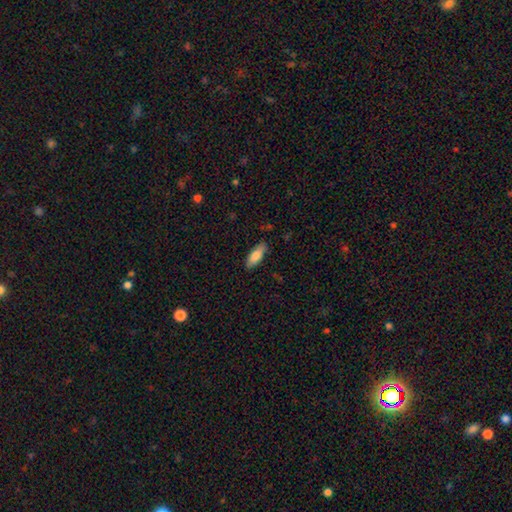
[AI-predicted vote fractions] Morphology: type=smooth (82%); roundness=in between (70%); merging=none (86%).